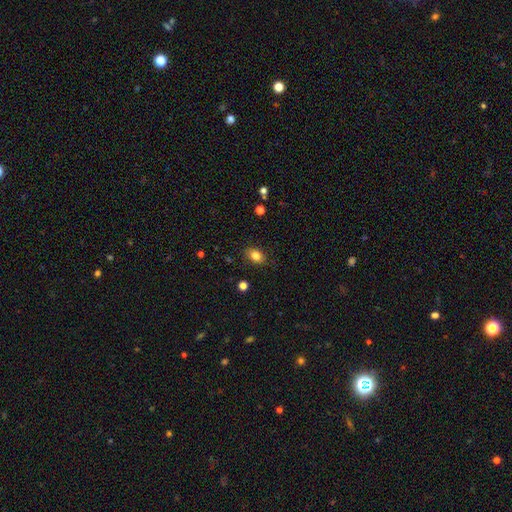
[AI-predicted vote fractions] This is clearly a smooth galaxy (83%). How rounded: likely in between (74%). Merging: clearly none (84%).